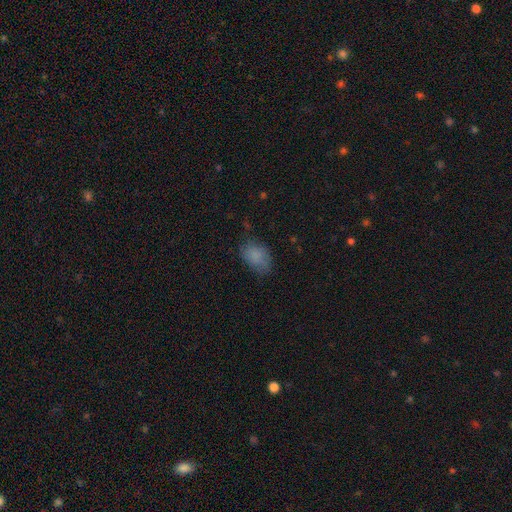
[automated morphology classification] The model was most divided on "merging": none: 68%, minor disturbance: 24%, major disturbance: 7%, merger: 1%. More confident: how rounded — in between (85%); smooth or featured — smooth (83%).